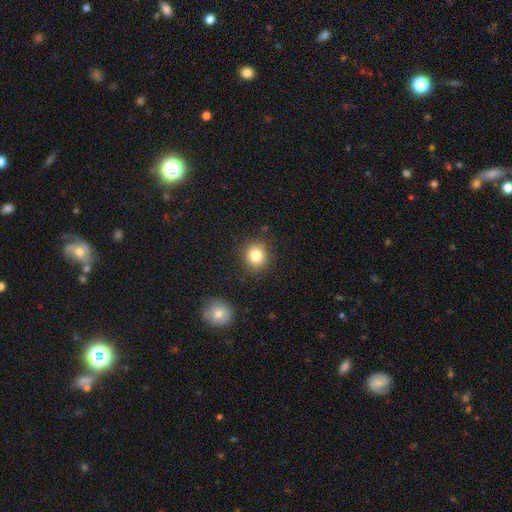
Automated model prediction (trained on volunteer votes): smooth 82%, star or artifact 11%, featured or disk 7%. Down the decision tree: how rounded — round (84%); merging — none (87%).